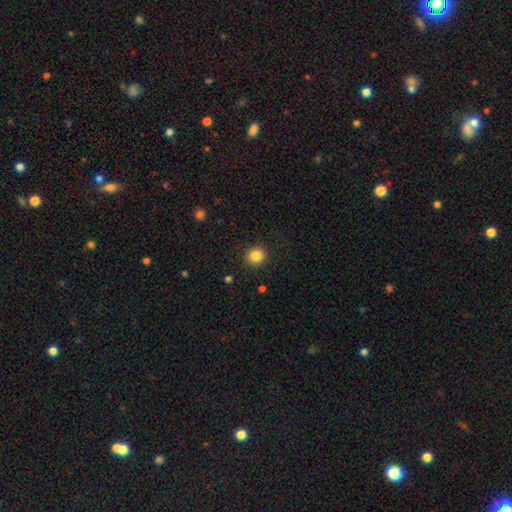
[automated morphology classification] Smooth or featured?
  - smooth: 85% *
  - star or artifact: 10%
  - featured or disk: 5%
How rounded?
  - round: 87% *
  - in between: 12%
  - cigar-shaped: 1%
Merging?
  - none: 90% *
  - minor disturbance: 7%
  - major disturbance: 2%
  - merger: 1%